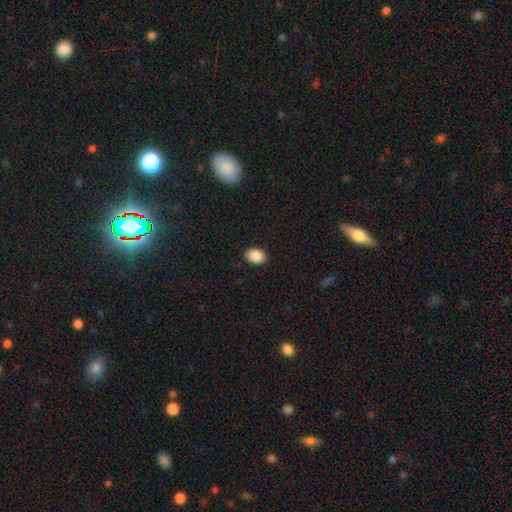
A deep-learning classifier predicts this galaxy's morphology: smooth 88%, star or artifact 8%, featured or disk 4%. Down the decision tree: how rounded — in between (77%); merging — none (89%).